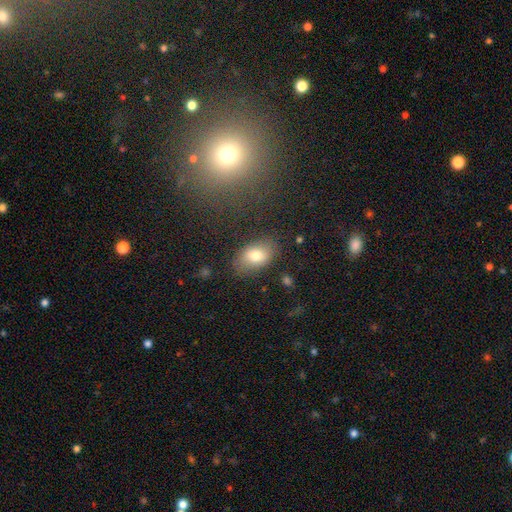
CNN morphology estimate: Overall: smooth (77%). How rounded: in between (88%). Merging: none (80%).